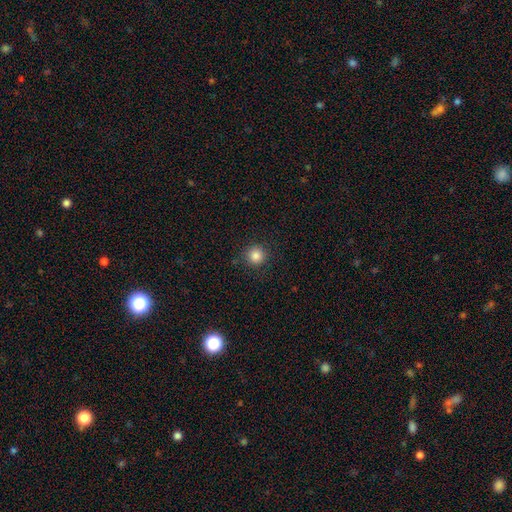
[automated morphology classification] A smooth galaxy with no disk features (84%) that is round (94%). Merging: none (90%).